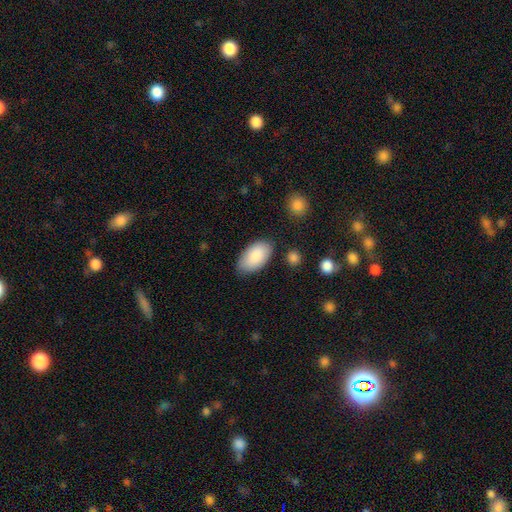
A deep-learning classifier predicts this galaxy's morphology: The model was most divided on "merging": none: 79%, minor disturbance: 15%, major disturbance: 3%, merger: 3%. More confident: how rounded — in between (95%); smooth or featured — smooth (88%).